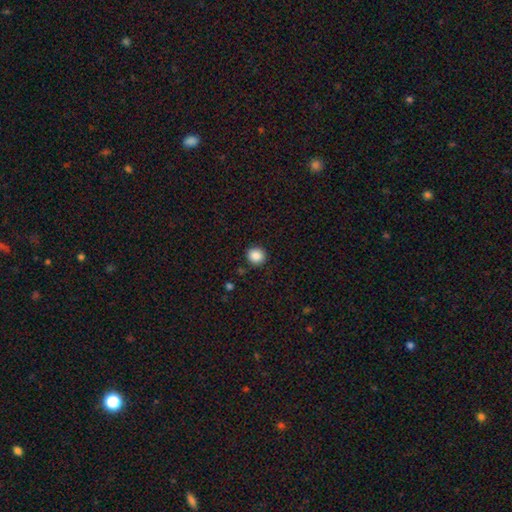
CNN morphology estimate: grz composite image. It shows a smooth galaxy with no disk features (87%) that is round (89%). Merging: none (90%).